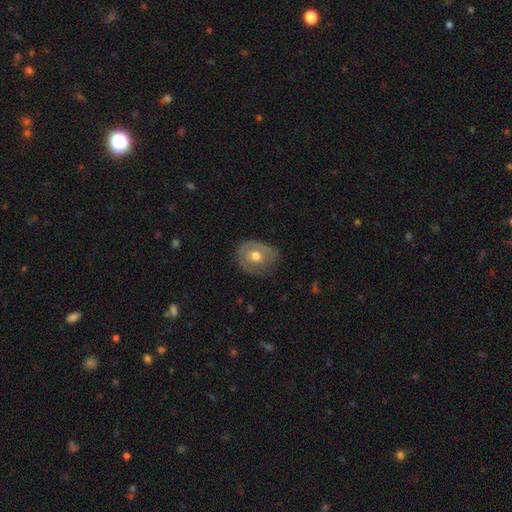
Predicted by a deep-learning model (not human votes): Smooth or featured? Predicted: featured or disk (p=0.48). Merging? Predicted: none (p=0.67).